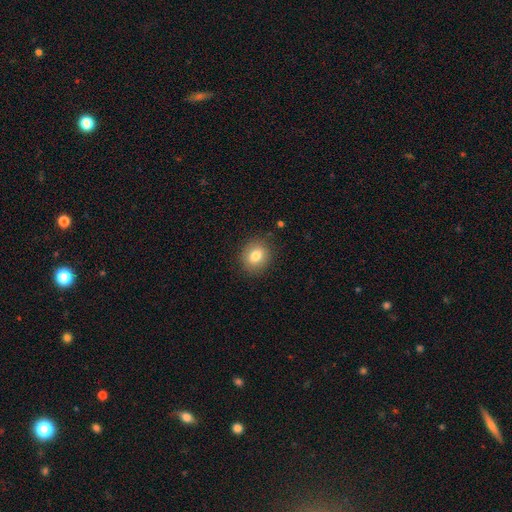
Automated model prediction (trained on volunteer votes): This is clearly a smooth galaxy (80%). How rounded: likely round (65%). Merging: clearly none (86%).